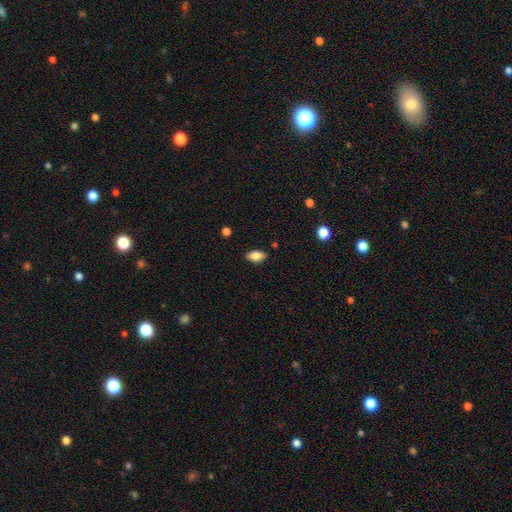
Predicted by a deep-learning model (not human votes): Smooth or featured? Predicted: smooth (p=0.84). How rounded? Predicted: in between (p=0.91). Merging? Predicted: none (p=0.84).